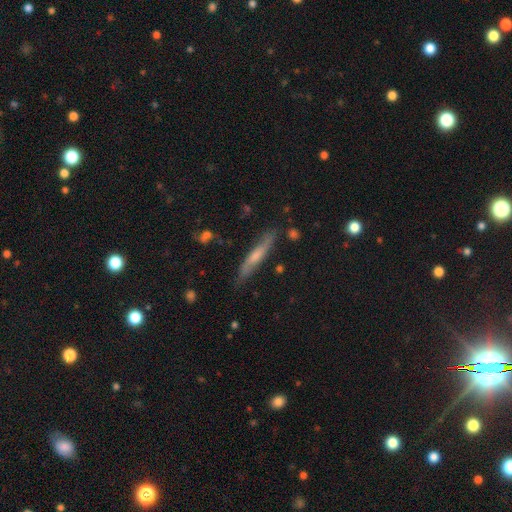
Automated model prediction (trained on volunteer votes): smooth-or-featured: featured or disk: 51% | smooth: 42% | star or artifact: 7%
  disk-edge-on: yes: 81% | no: 19%
  merging: none: 80% | minor disturbance: 15% | major disturbance: 3% | merger: 2%